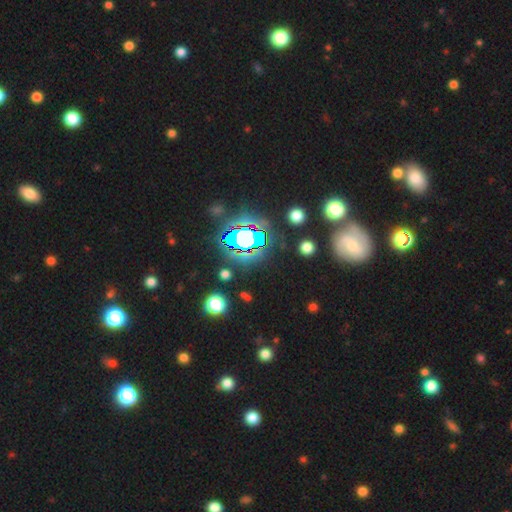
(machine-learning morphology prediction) A star or artifact, not a galaxy (81%).